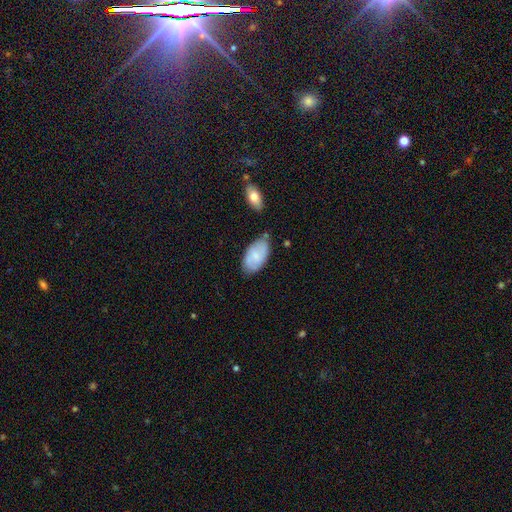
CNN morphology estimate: This appears to be a smooth galaxy with no disk features (72%) that is in between round and cigar-shaped (95%). Merging: none (69%).